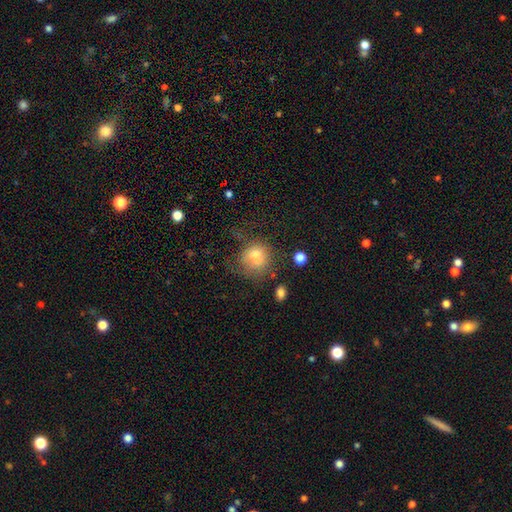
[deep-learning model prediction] Smooth or featured? Predicted: smooth (p=0.72). How rounded? Predicted: round (p=0.80). Merging? Predicted: none (p=0.52).